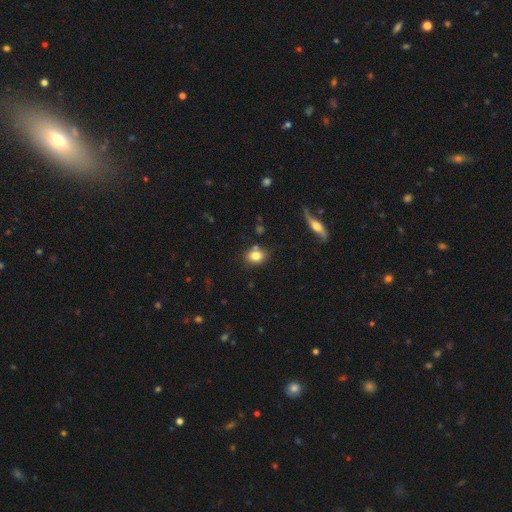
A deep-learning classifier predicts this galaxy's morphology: A smooth galaxy with no disk features (80%) that is in between round and cigar-shaped (51%).

Vote fractions:
- Smooth or featured? smooth: 80% / star or artifact: 10% / featured or disk: 10%
- How rounded? in between: 51% / round: 48% / cigar-shaped: 2%
- Merging? none: 76% / minor disturbance: 14% / merger: 7% / major disturbance: 3%